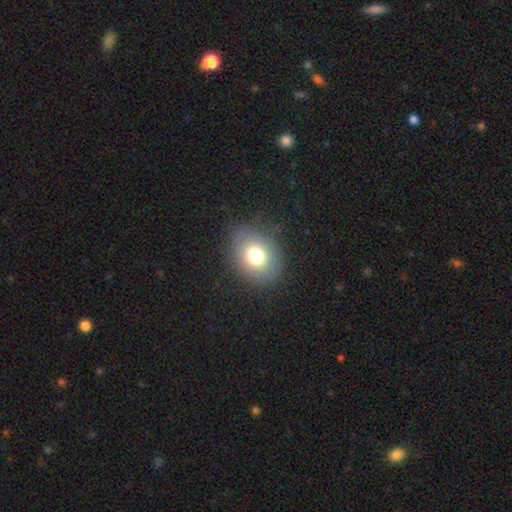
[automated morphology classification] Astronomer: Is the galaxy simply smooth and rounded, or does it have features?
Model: smooth — 73%.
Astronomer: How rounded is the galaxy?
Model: round — 56% (runner-up: in between, 44%).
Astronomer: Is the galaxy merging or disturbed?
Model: none — 82%.